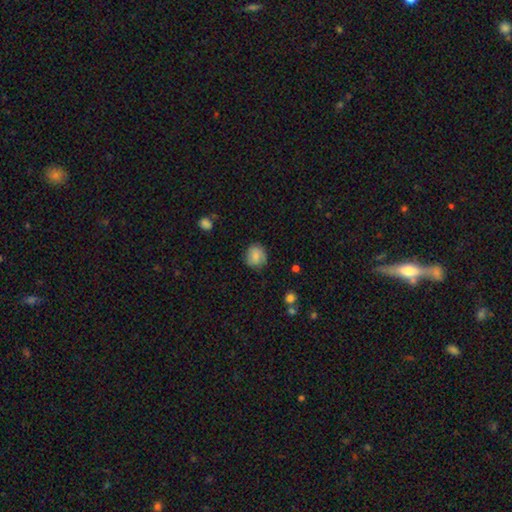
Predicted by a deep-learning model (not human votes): Smooth or featured: smooth — 80% (featured or disk — 12%)
How rounded: round — 81% (in between — 18%)
Merging: none — 76% (minor disturbance — 18%)